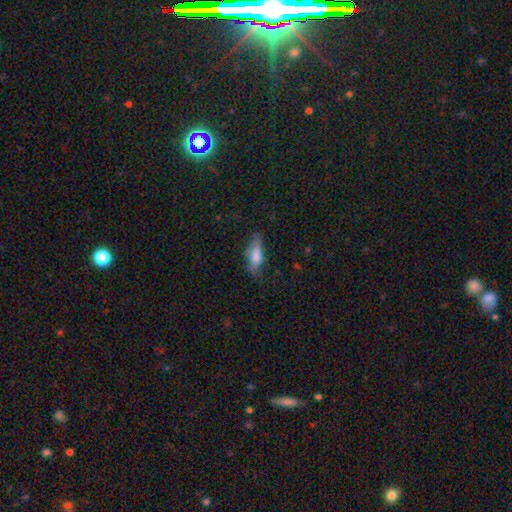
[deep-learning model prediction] This appears to be a smooth galaxy with no disk features (70%) that is in between round and cigar-shaped (58%). Merging: none (65%).